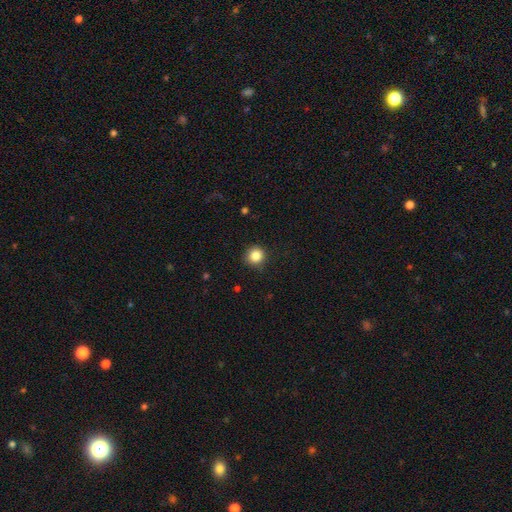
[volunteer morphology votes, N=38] A smooth galaxy with no disk features (95%) that is round (97%). Merging: none (97%).